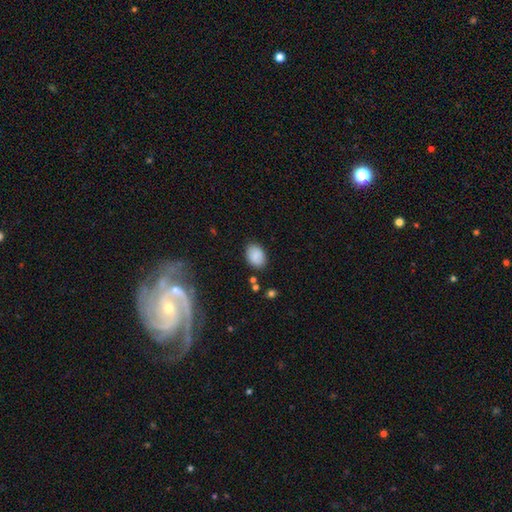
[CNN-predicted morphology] A smooth galaxy with no disk features (87%) that is in between round and cigar-shaped (78%).

Vote fractions:
- Smooth or featured? smooth: 87% / star or artifact: 8% / featured or disk: 5%
- How rounded? in between: 78% / round: 21% / cigar-shaped: 1%
- Merging? none: 84% / minor disturbance: 11% / major disturbance: 3% / merger: 2%